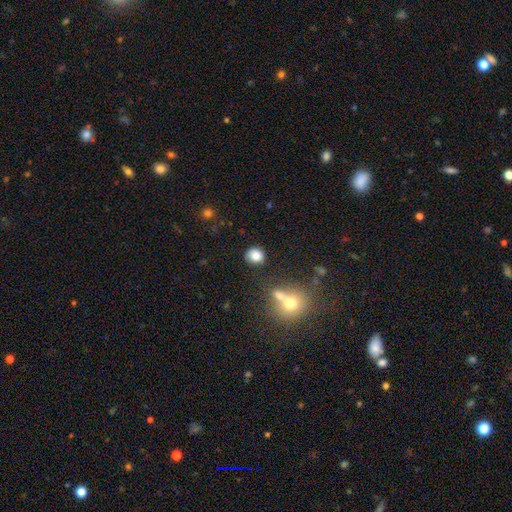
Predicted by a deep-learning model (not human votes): A smooth galaxy with no disk features (84%) that is round (76%). Merging: none (79%).